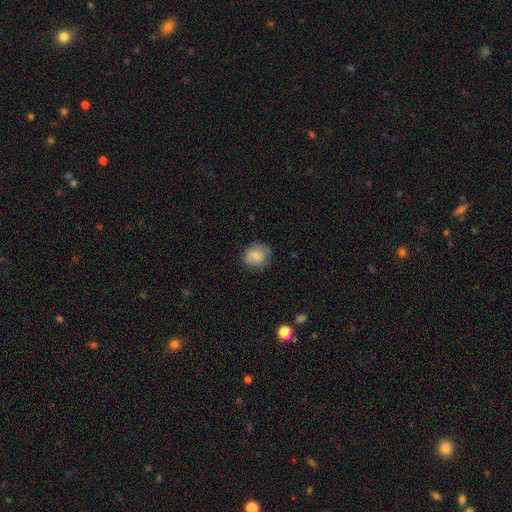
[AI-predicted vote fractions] Overall: smooth (79%). How rounded: round (74%). Merging: none (74%).